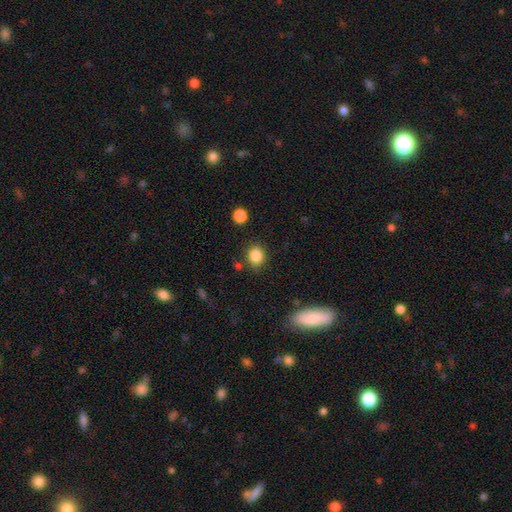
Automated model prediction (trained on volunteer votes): Morphology: type=smooth (86%); roundness=round (72%); merging=none (81%).